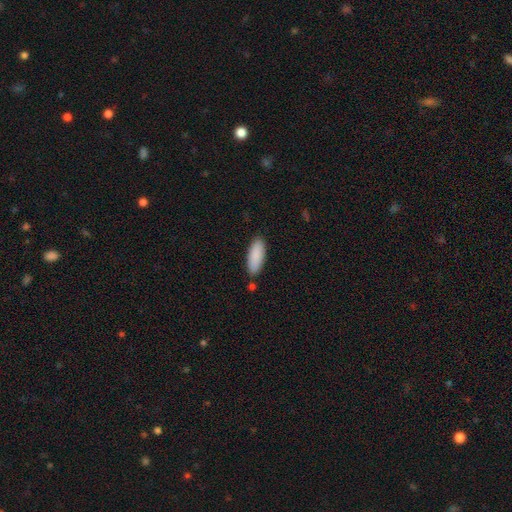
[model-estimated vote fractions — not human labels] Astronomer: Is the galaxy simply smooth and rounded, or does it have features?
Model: smooth — 90%.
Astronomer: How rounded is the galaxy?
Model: in between — 74%.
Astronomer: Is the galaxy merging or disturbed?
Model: none — 85%.